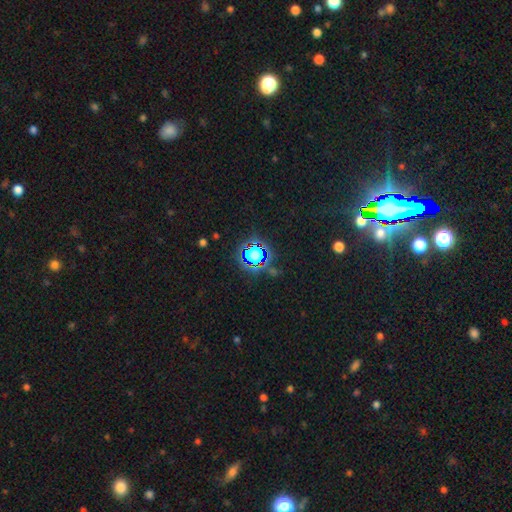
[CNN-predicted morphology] type=star or artifact (64%).